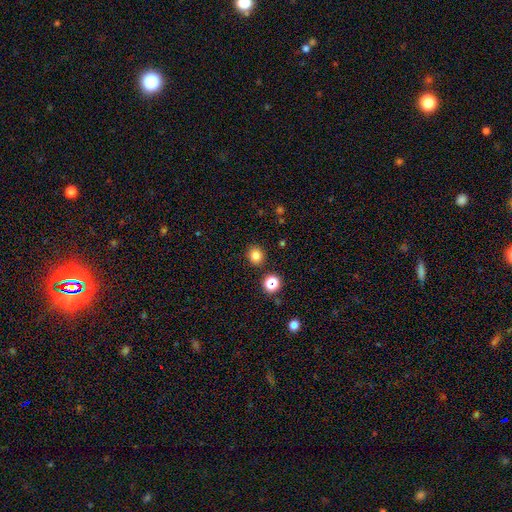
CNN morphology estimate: A smooth galaxy with no disk features (81%) that is round (84%).

Vote fractions:
- Smooth or featured? smooth: 81% / star or artifact: 14% / featured or disk: 5%
- How rounded? round: 84% / in between: 15% / cigar-shaped: 1%
- Merging? none: 89% / minor disturbance: 6% / merger: 3% / major disturbance: 2%